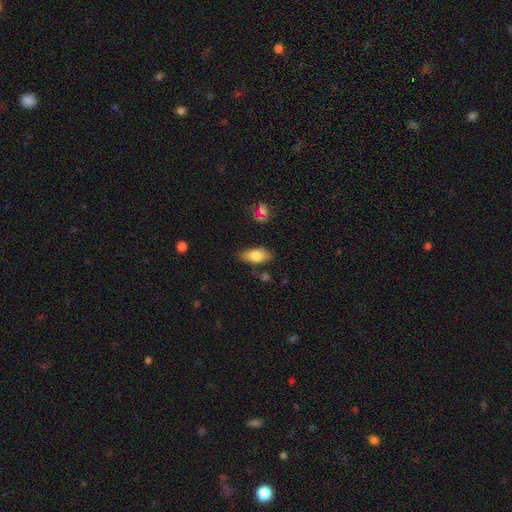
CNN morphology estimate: smooth_or_featured: smooth (p=0.78) [alt: featured or disk p=0.15]
how_rounded: in between (p=0.89) [alt: cigar-shaped p=0.08]
merging: none (p=0.78) [alt: minor disturbance p=0.15]